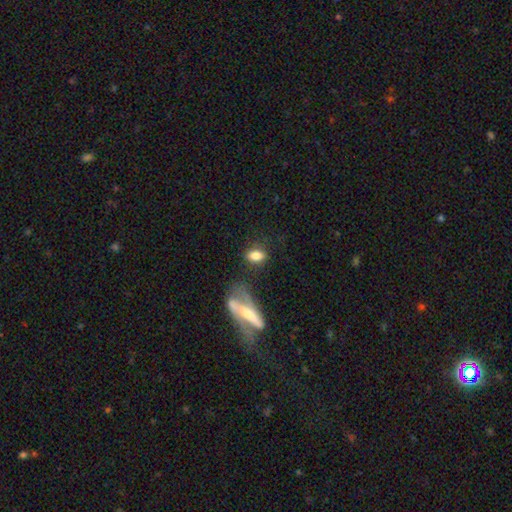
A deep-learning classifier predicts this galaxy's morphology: A smooth galaxy with no disk features (77%) that is in between round and cigar-shaped (80%).

Vote fractions:
- Smooth or featured? smooth: 77% / featured or disk: 14% / star or artifact: 9%
- How rounded? in between: 80% / round: 12% / cigar-shaped: 8%
- Merging? none: 66% / minor disturbance: 17% / merger: 9% / major disturbance: 8%